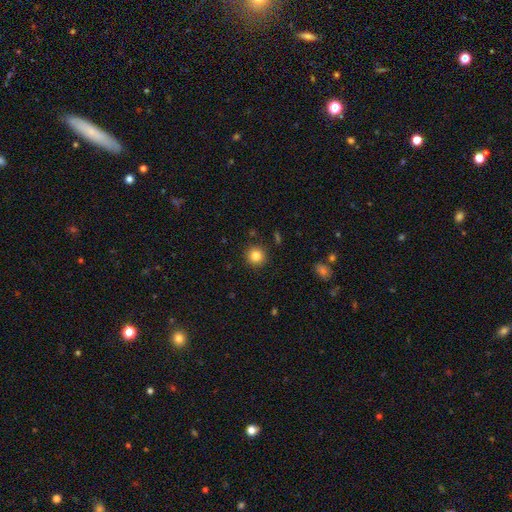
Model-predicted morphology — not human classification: Smooth or featured? Predicted: smooth (p=0.83). How rounded? Predicted: round (p=0.94). Merging? Predicted: none (p=0.90).